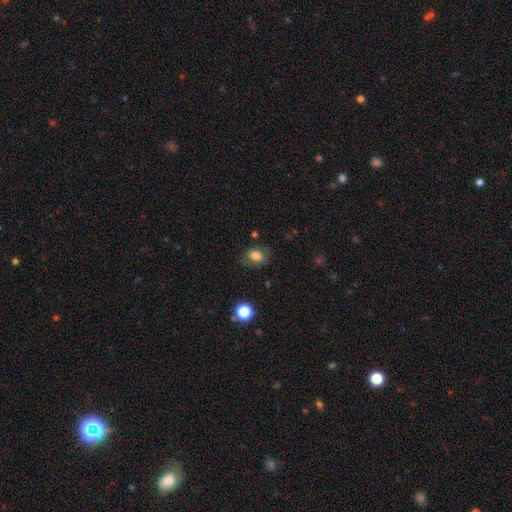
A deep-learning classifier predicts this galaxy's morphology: Smooth or featured: smooth — 77% (featured or disk — 12%)
How rounded: in between — 63% (round — 35%)
Merging: none — 74% (minor disturbance — 18%)